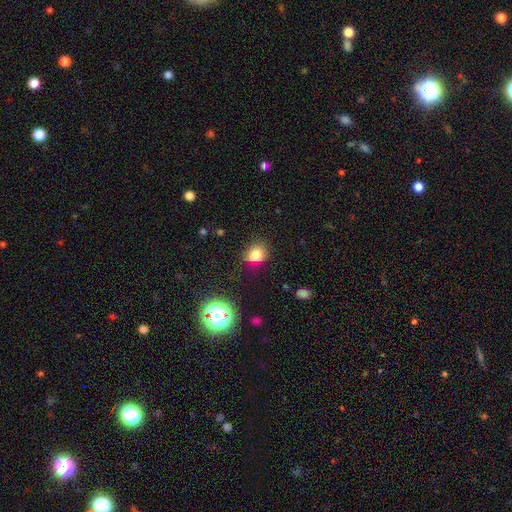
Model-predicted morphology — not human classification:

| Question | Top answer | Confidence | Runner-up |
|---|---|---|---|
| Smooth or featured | smooth | 79% | star or artifact (14%) |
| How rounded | round | 59% | in between (40%) |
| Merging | none | 74% | minor disturbance (18%) |